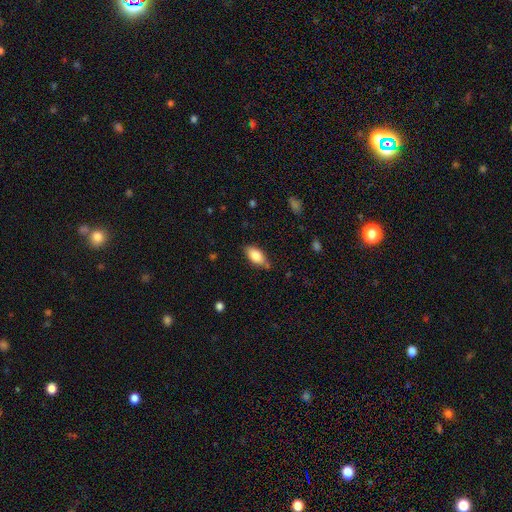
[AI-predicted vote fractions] Smooth or featured: smooth — 84% (featured or disk — 9%)
How rounded: in between — 90% (cigar-shaped — 7%)
Merging: none — 72% (minor disturbance — 19%)